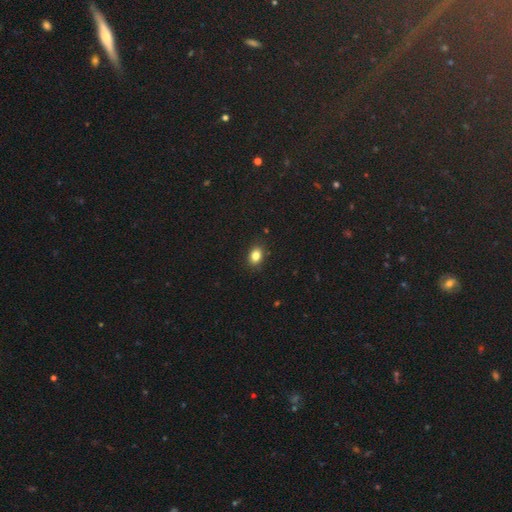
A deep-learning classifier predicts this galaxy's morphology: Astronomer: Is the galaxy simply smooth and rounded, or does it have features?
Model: smooth — 84%.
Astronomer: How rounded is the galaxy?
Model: in between — 70%.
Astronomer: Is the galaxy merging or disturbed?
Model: none — 87%.